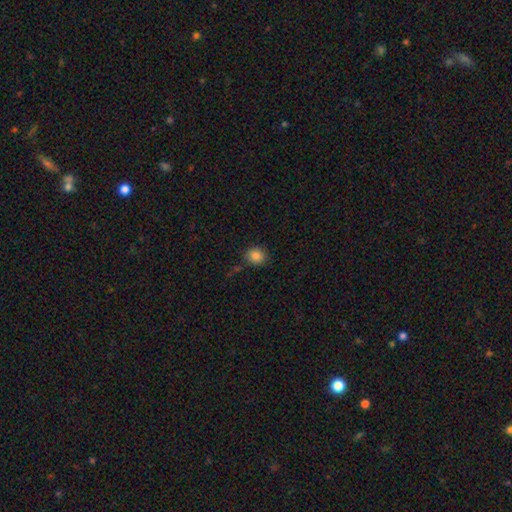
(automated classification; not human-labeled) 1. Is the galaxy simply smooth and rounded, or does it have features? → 86% smooth, 10% star or artifact, 4% featured or disk.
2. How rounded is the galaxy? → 77% round, 22% in between, 1% cigar-shaped.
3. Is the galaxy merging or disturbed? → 82% none, 11% minor disturbance, 3% merger, 3% major disturbance.